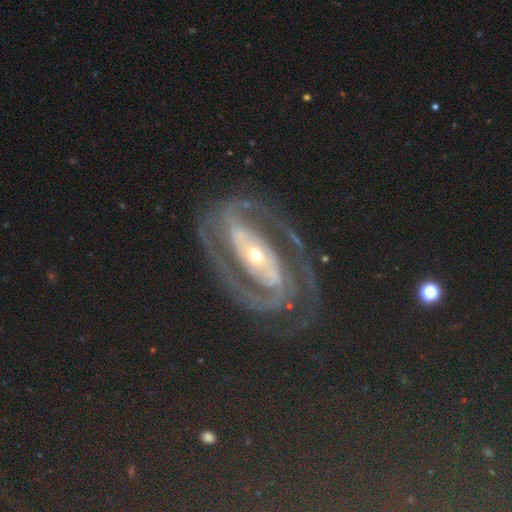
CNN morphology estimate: This appears to be a featured or disk galaxy (59%) with no bar (42%), spiral arms (87%) and a moderate central bulge (52%). Merging: none (75%).